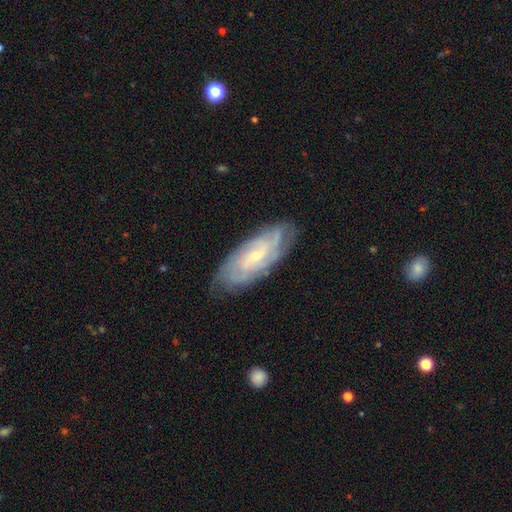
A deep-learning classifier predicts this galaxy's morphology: A featured or disk galaxy (78%) with no bar (56%), tight (67%) spiral arms (93%) and a small central bulge (73%). Merging: none (78%).